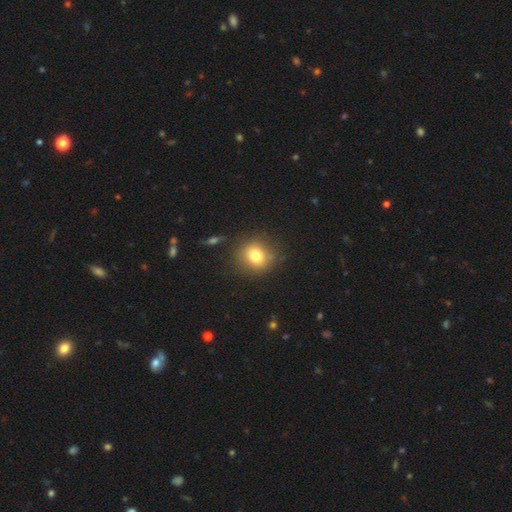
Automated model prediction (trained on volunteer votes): smooth_or_featured: smooth (p=0.77) [alt: star or artifact p=0.11]
how_rounded: round (p=0.80) [alt: in between p=0.19]
merging: none (p=0.80) [alt: minor disturbance p=0.13]